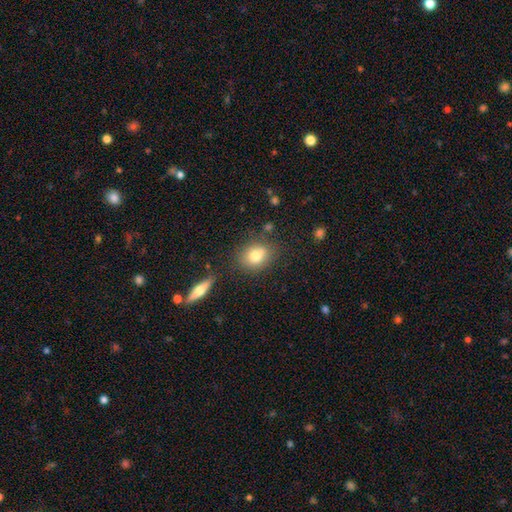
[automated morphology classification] smooth_or_featured: smooth (p=0.77) [alt: featured or disk p=0.13]
how_rounded: round (p=0.53) [alt: in between p=0.45]
merging: none (p=0.73) [alt: minor disturbance p=0.15]